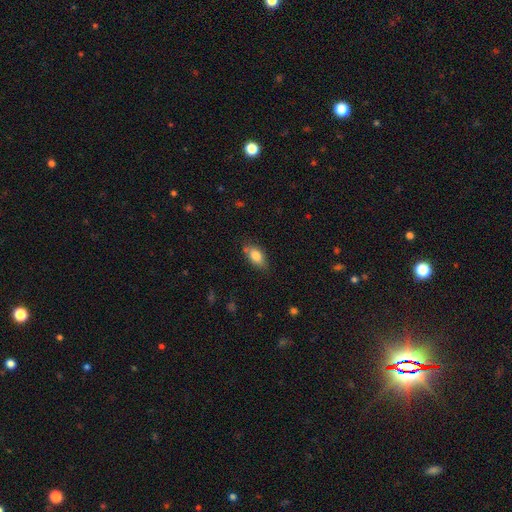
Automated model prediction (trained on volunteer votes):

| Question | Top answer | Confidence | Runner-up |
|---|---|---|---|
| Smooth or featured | smooth | 81% | featured or disk (11%) |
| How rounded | in between | 88% | round (7%) |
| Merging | none | 70% | minor disturbance (21%) |